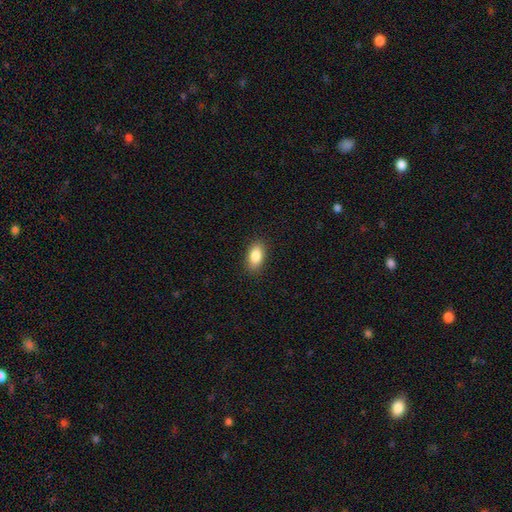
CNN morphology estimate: Q: Smooth or featured?
A: smooth (87%); runner-up: star or artifact (7%)
Q: How rounded?
A: in between (91%); runner-up: round (6%)
Q: Merging?
A: none (88%); runner-up: minor disturbance (9%)